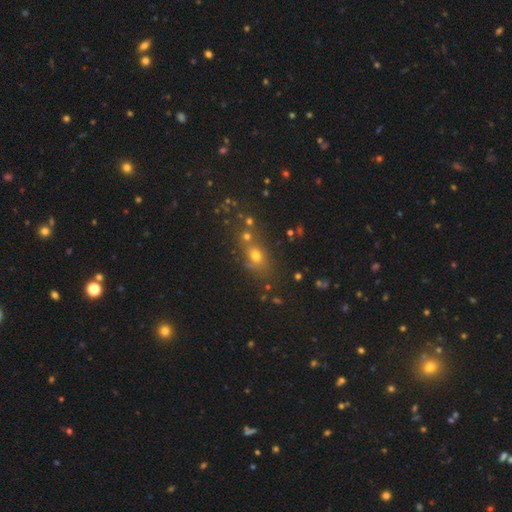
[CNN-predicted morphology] This appears to be a smooth galaxy with no disk features (59%) that is round (49%). Merging: none (58%).